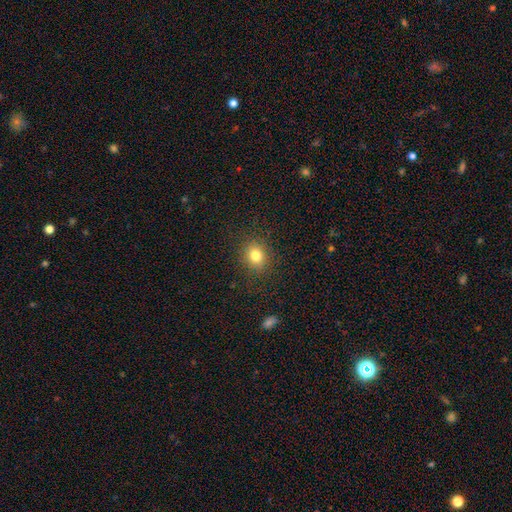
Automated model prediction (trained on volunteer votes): Q: Smooth or featured?
A: smooth (80%); runner-up: star or artifact (12%)
Q: How rounded?
A: round (68%); runner-up: in between (31%)
Q: Merging?
A: none (88%); runner-up: minor disturbance (8%)